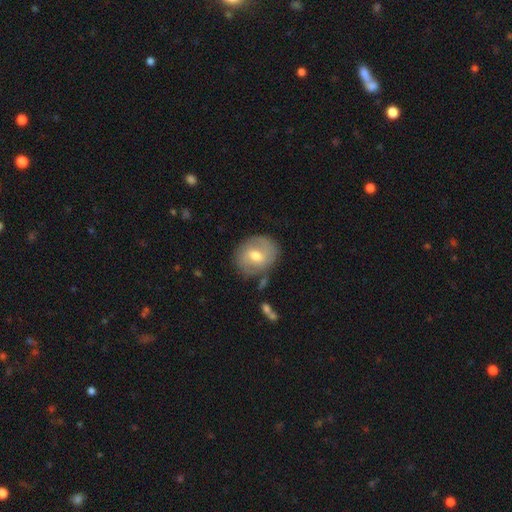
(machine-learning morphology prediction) type=smooth (49%); merging=none (74%).